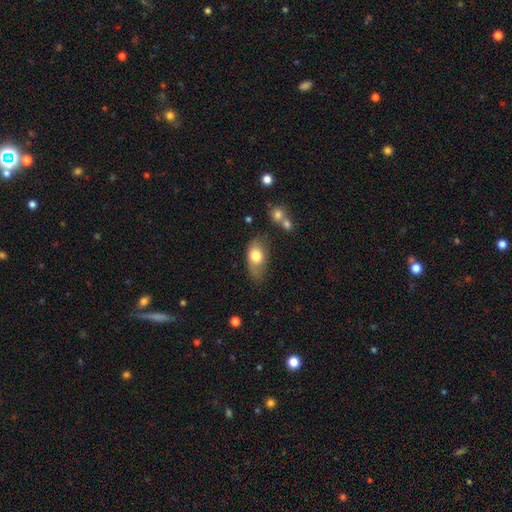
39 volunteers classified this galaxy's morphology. smooth_or_featured: smooth (p=0.79) [alt: featured or disk p=0.21]
how_rounded: in between (p=0.84) [alt: round p=0.10]
merging: none (p=0.38) [tied with: minor disturbance p=0.38]